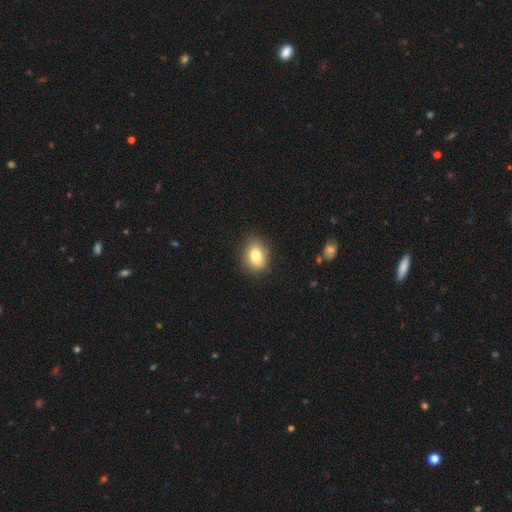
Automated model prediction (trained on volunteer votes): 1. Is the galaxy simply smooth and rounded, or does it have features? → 80% smooth, 10% featured or disk, 10% star or artifact.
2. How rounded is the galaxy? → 57% in between, 41% round, 1% cigar-shaped.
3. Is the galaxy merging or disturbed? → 84% none, 12% minor disturbance, 3% major disturbance, 1% merger.